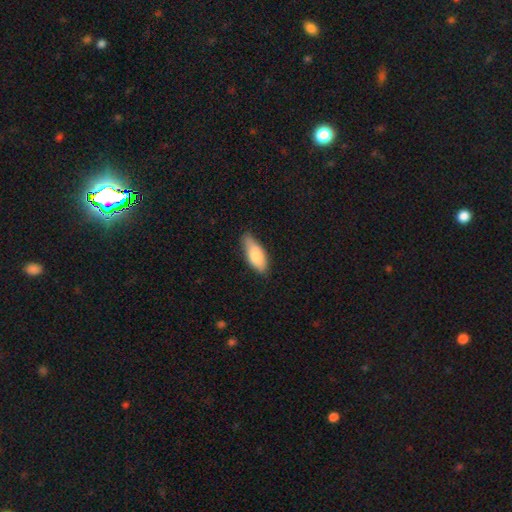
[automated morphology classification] Q: Smooth or featured?
A: smooth (79%); runner-up: featured or disk (16%)
Q: How rounded?
A: in between (79%); runner-up: cigar-shaped (19%)
Q: Merging?
A: none (73%); runner-up: minor disturbance (22%)